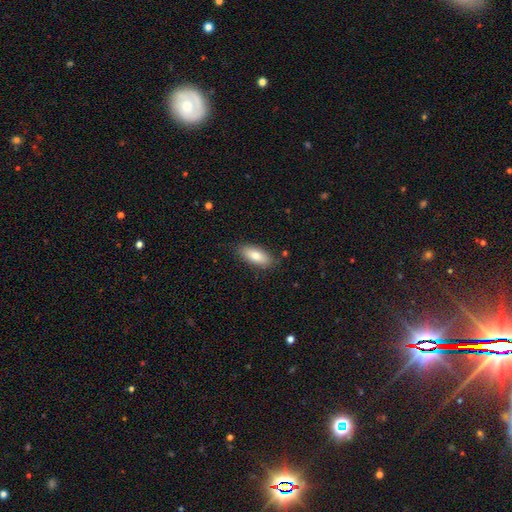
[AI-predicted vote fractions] Smooth or featured: smooth — 81% (featured or disk — 13%)
How rounded: in between — 83% (cigar-shaped — 15%)
Merging: none — 84% (minor disturbance — 12%)